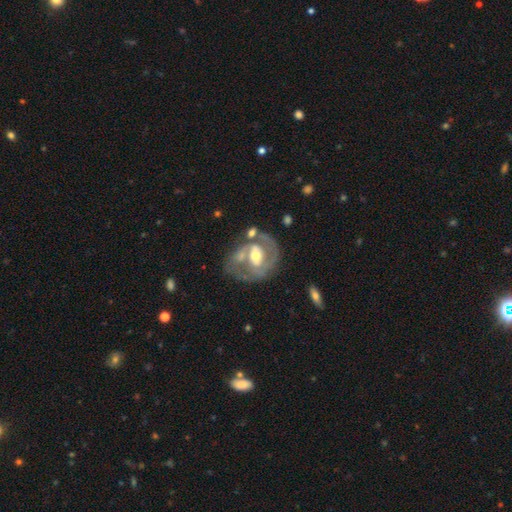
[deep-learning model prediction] Smooth or featured? featured or disk (76%)
Edge-on disk? no (96%)
Bar? weak (39%)
Spiral arms? yes (67%)
Bulge size? moderate (67%)
Merging? none (50%)